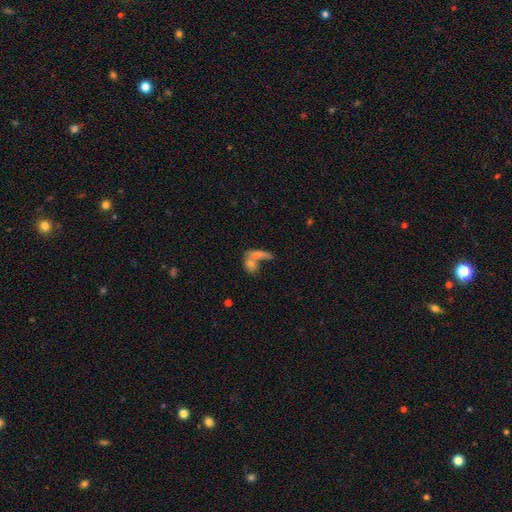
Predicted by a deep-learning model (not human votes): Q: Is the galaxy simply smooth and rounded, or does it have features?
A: smooth — 39%.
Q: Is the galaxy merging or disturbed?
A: merger — 47%.